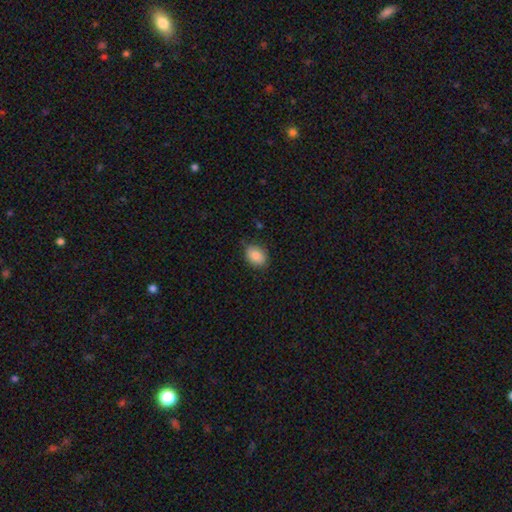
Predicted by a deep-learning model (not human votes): Smooth or featured? Predicted: smooth (p=0.85). How rounded? Predicted: in between (p=0.59). Merging? Predicted: none (p=0.81).